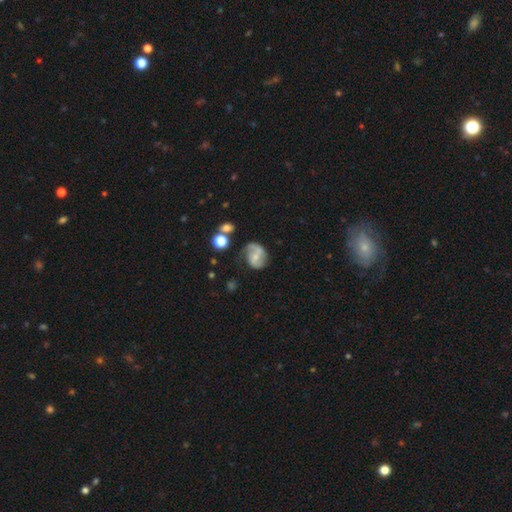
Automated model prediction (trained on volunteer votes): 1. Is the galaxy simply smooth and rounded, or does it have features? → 66% featured or disk, 25% smooth, 8% star or artifact.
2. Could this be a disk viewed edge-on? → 97% no, 3% yes.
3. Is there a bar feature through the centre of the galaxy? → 42% weak, 40% no, 19% strong.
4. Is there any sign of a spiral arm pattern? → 87% yes, 13% no.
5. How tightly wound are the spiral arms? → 43% medium, 39% loose, 18% tight.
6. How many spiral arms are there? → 81% 2, 8% 1, 8% can't tell, 1% 3, 1% 4, 1% more than 4.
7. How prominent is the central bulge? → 55% small, 33% moderate, 9% none, 2% large, 1% dominant.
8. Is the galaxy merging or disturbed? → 61% none, 22% minor disturbance, 11% major disturbance, 6% merger.